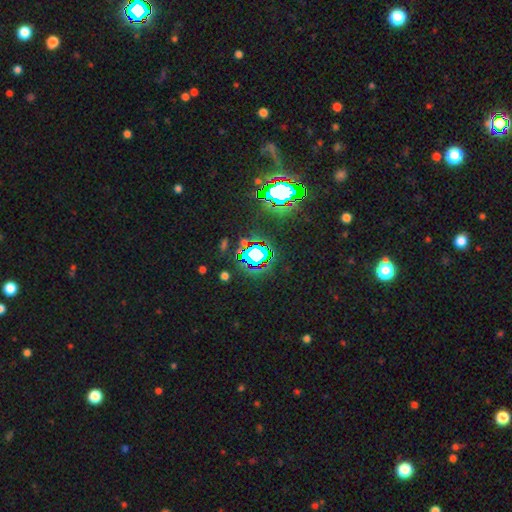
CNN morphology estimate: Overall: star or artifact (67%).